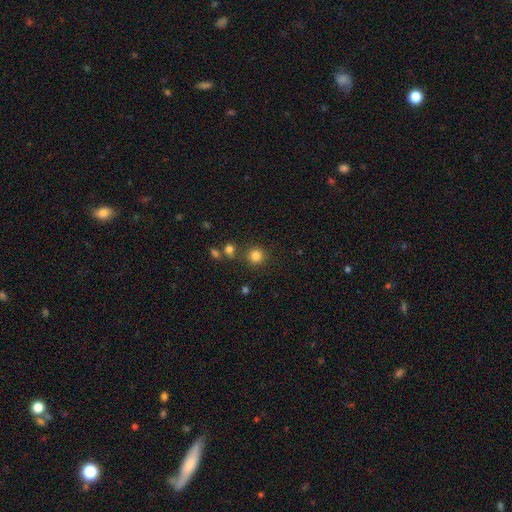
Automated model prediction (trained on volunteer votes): A smooth galaxy with no disk features (82%) that is round (92%). Merging: none (81%).